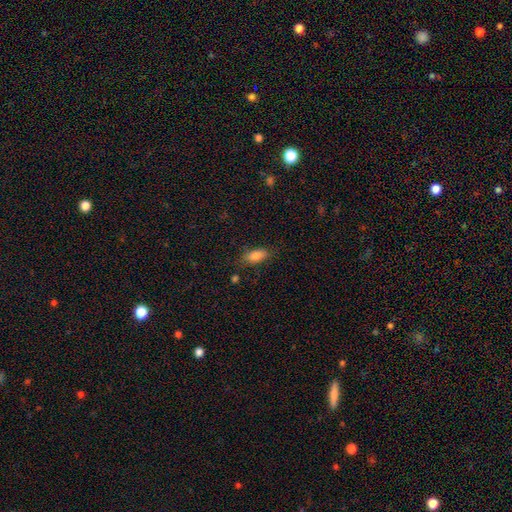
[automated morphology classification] smooth-or-featured: smooth: 82% | featured or disk: 10% | star or artifact: 8%
  how-rounded: in between: 76% | cigar-shaped: 22% | round: 3%
  merging: none: 79% | minor disturbance: 15% | major disturbance: 4% | merger: 2%